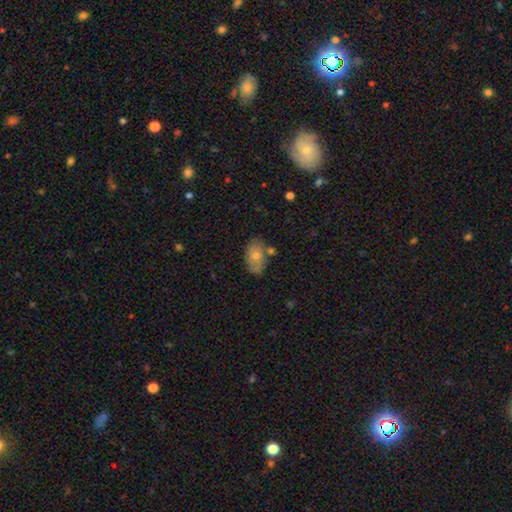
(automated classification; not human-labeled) This is likely a smooth galaxy (64%). How rounded: clearly in between (88%). Merging: likely none (72%).